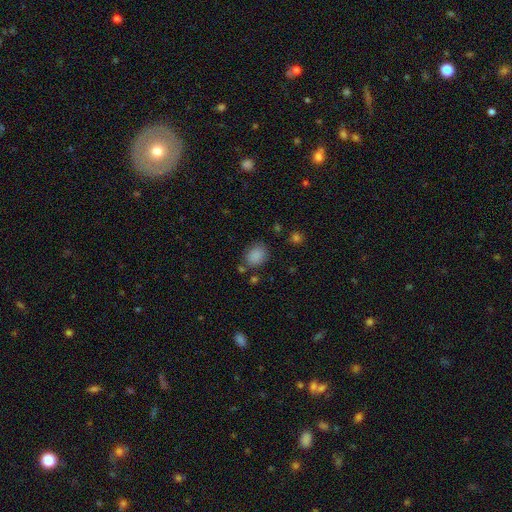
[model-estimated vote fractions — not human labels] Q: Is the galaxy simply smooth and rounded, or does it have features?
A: smooth — 86%.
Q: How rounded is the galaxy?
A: round — 58%.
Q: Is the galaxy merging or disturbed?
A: none — 75%.